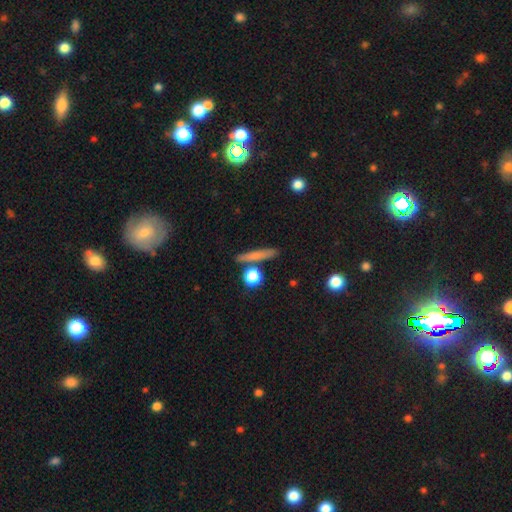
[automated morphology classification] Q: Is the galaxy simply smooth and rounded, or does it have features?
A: smooth — 68%.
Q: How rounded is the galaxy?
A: cigar-shaped — 77%.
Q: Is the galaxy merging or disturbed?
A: none — 81%.